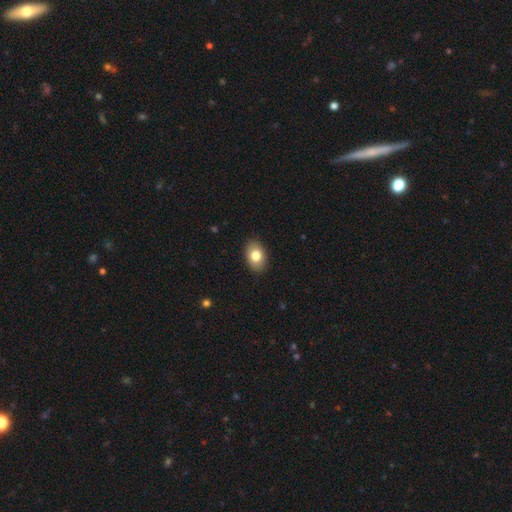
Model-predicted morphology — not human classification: smooth-or-featured: smooth: 80% | featured or disk: 12% | star or artifact: 8%
  how-rounded: in between: 82% | round: 17% | cigar-shaped: 1%
  merging: none: 89% | minor disturbance: 8% | major disturbance: 2% | merger: 1%